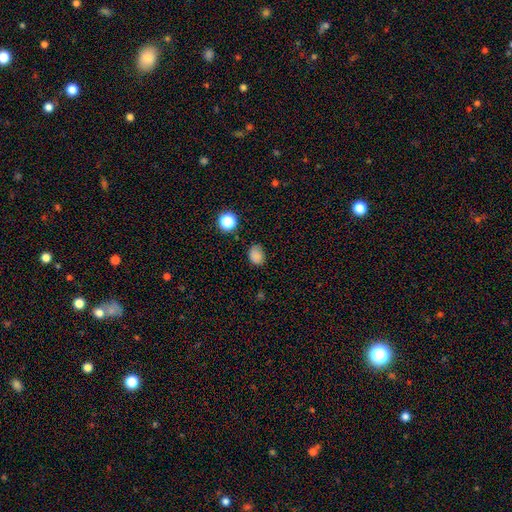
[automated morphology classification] smooth-or-featured: smooth: 82% | star or artifact: 14% | featured or disk: 5%
  how-rounded: in between: 57% | round: 42% | cigar-shaped: 1%
  merging: none: 75% | minor disturbance: 20% | major disturbance: 4% | merger: 2%